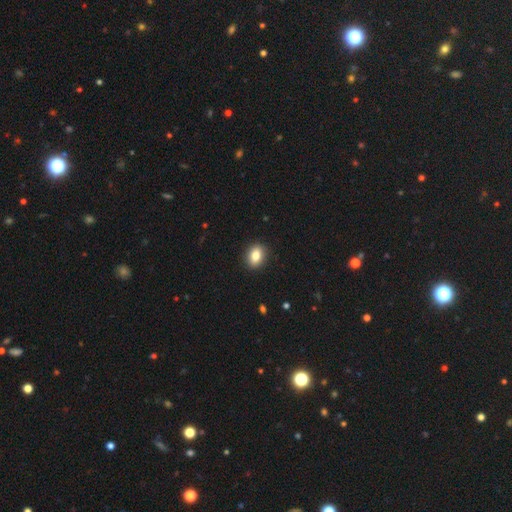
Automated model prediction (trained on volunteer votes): This appears to be a smooth galaxy with no disk features (83%) that is in between round and cigar-shaped (67%). Merging: none (91%).